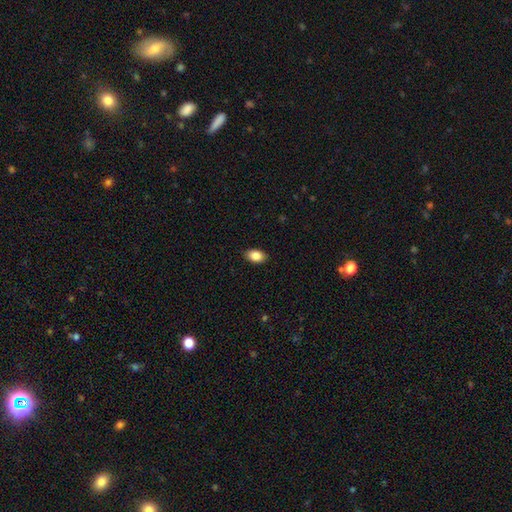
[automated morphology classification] smooth_or_featured: smooth (p=0.87) [alt: star or artifact p=0.08]
how_rounded: in between (p=0.89) [alt: round p=0.10]
merging: none (p=0.89) [alt: minor disturbance p=0.08]